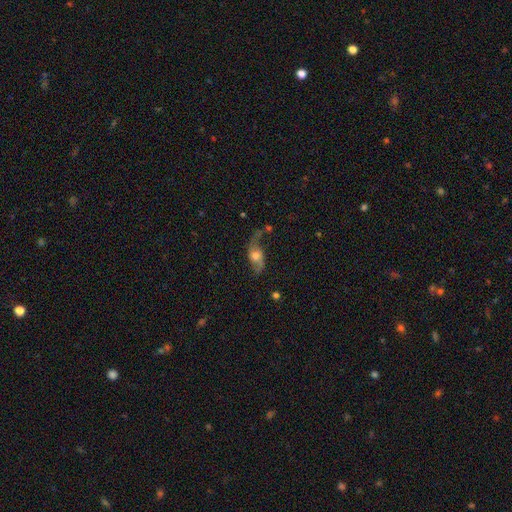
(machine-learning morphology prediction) The model was most divided on "merging": none: 52%, major disturbance: 21%, minor disturbance: 21%, merger: 6%. More confident: edge-on disk — no (92%); spiral arms — yes (90%); spiral arm count — 2 (88%); spiral winding — loose (82%); smooth or featured — featured or disk (73%); bar — no (68%); bulge size — moderate (63%).